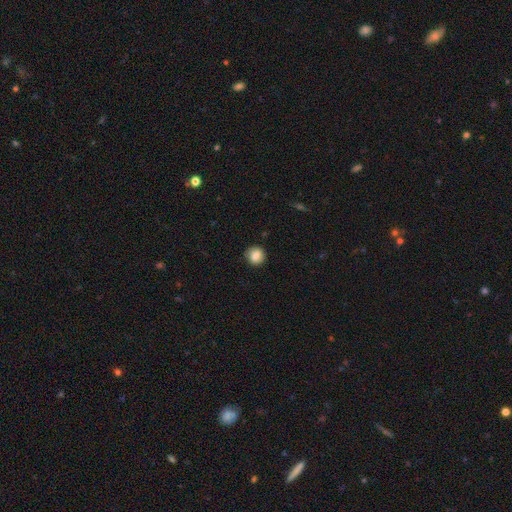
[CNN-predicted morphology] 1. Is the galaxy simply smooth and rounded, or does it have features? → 84% smooth, 9% star or artifact, 7% featured or disk.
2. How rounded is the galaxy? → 85% round, 14% in between, 1% cigar-shaped.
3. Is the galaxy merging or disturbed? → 83% none, 13% minor disturbance, 3% major disturbance, 1% merger.